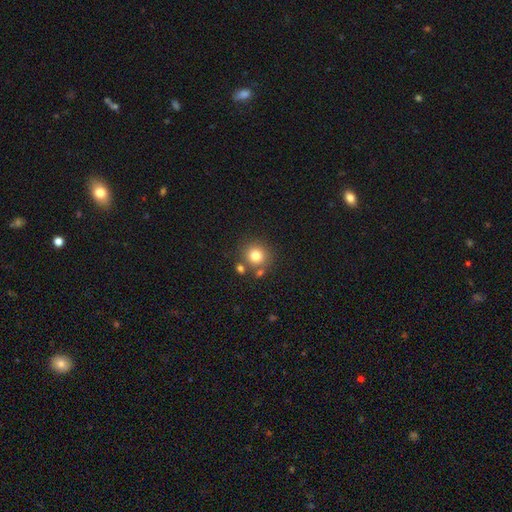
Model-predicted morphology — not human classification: A smooth galaxy with no disk features (79%) that is round (91%).

Vote fractions:
- Smooth or featured? smooth: 79% / star or artifact: 12% / featured or disk: 8%
- How rounded? round: 91% / in between: 8% / cigar-shaped: 1%
- Merging? none: 75% / merger: 13% / minor disturbance: 9% / major disturbance: 3%